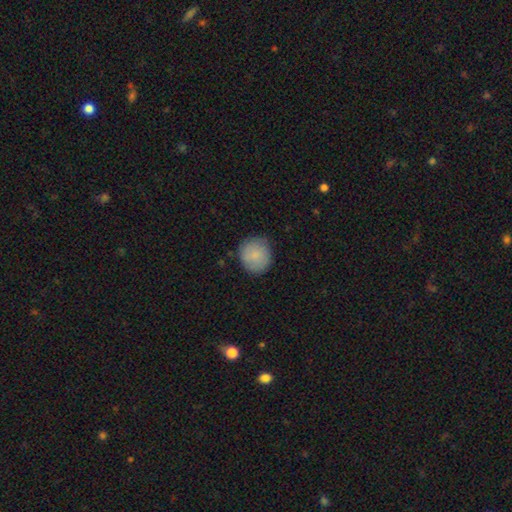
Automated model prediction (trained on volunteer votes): Smooth or featured?
  - smooth: 84% *
  - featured or disk: 9%
  - star or artifact: 7%
How rounded?
  - round: 91% *
  - in between: 9%
  - cigar-shaped: 1%
Merging?
  - none: 83% *
  - minor disturbance: 12%
  - major disturbance: 3%
  - merger: 1%